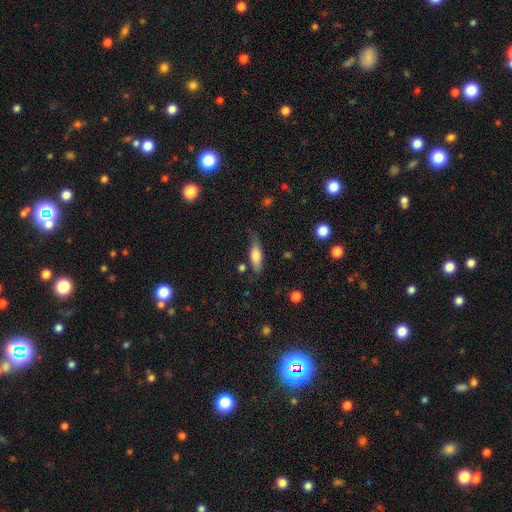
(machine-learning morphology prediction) type=smooth (68%); roundness=in between (53%); merging=none (58%).